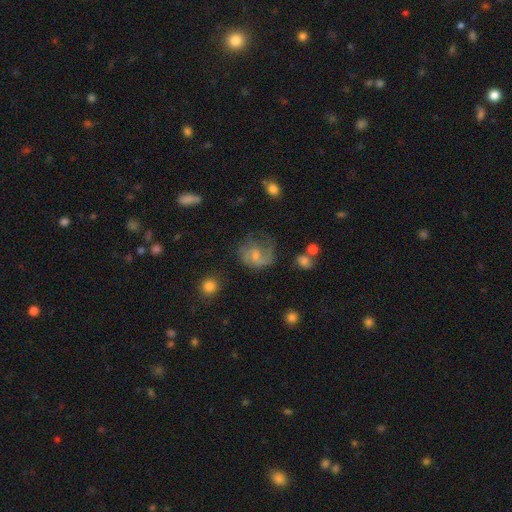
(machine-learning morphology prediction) type=featured or disk (61%); edge-on=no (98%); bar=no (54%); spiral arms=yes (84%); winding=medium (44%); arm count=2 (40%); bulge=small (43%); merging=none (44%).